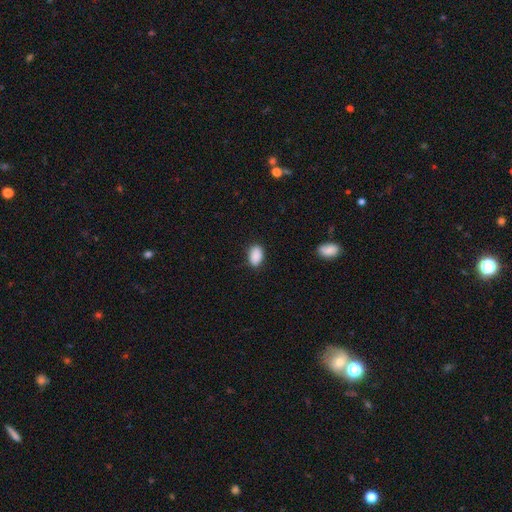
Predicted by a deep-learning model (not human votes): A smooth galaxy with no disk features (90%) that is in between round and cigar-shaped (90%).

Vote fractions:
- Smooth or featured? smooth: 90% / star or artifact: 7% / featured or disk: 3%
- How rounded? in between: 90% / round: 9% / cigar-shaped: 1%
- Merging? none: 84% / minor disturbance: 12% / major disturbance: 3% / merger: 1%